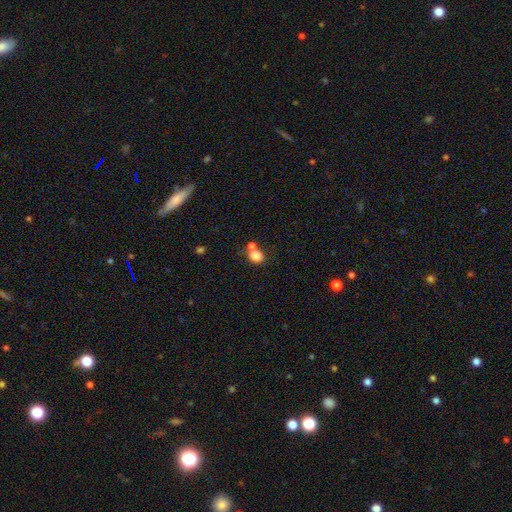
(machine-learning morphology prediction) Overall: smooth (82%). How rounded: round (69%; in between 30%). Merging: none (48%; merger 37%).